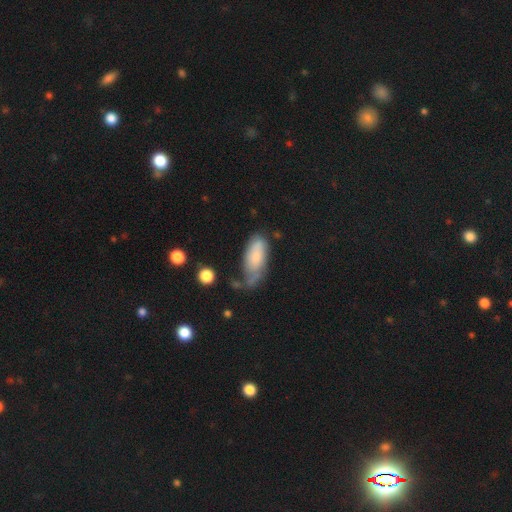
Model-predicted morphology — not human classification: This appears to be a smooth galaxy with no disk features (68%) that is in between round and cigar-shaped (86%). Merging: none (37%).